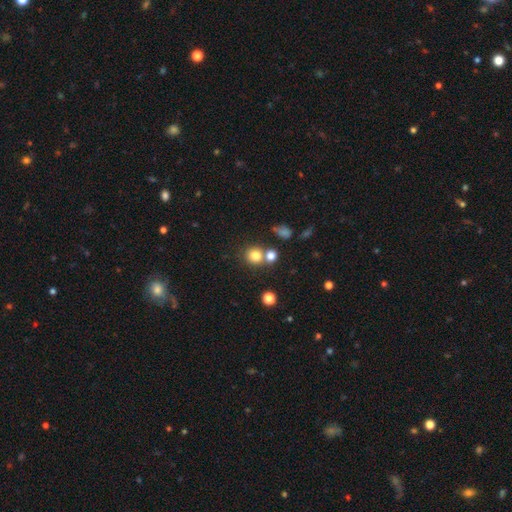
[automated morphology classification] smooth 79%, star or artifact 13%, featured or disk 8%. Down the decision tree: how rounded — round (87%); merging — none (61%).